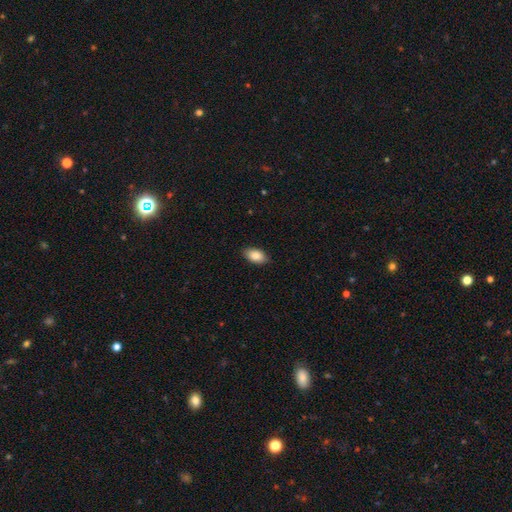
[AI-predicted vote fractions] This is clearly a smooth galaxy (87%). How rounded: clearly in between (92%). Merging: clearly none (88%).